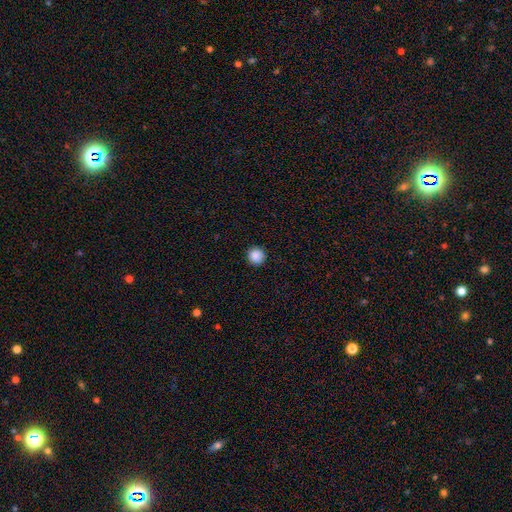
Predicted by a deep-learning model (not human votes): Smooth or featured? Predicted: smooth (p=0.88). How rounded? Predicted: round (p=0.95). Merging? Predicted: none (p=0.92).